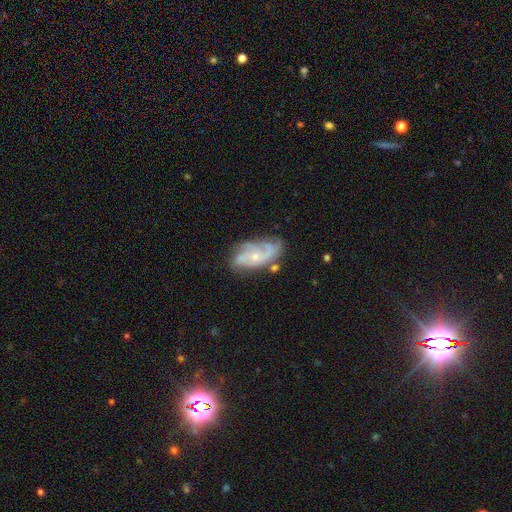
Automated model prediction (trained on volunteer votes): Q: Smooth or featured?
A: featured or disk (78%); runner-up: smooth (16%)
Q: Edge-on disk?
A: no (96%); runner-up: yes (4%)
Q: Bar?
A: no (71%); runner-up: weak (24%)
Q: Spiral arms?
A: yes (92%); runner-up: no (8%)
Q: Spiral winding?
A: medium (44%); runner-up: tight (38%)
Q: Spiral arm count?
A: 3 (37%); runner-up: 2 (27%)
Q: Bulge size?
A: small (64%); runner-up: moderate (30%)
Q: Merging?
A: none (57%); runner-up: minor disturbance (25%)